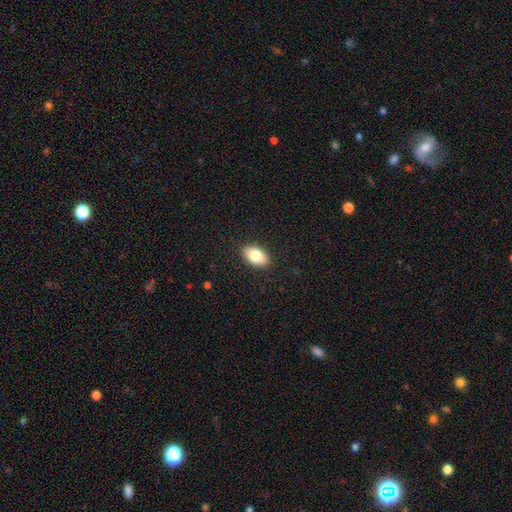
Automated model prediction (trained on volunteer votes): This is clearly a smooth galaxy (83%). How rounded: clearly in between (92%). Merging: clearly none (89%).